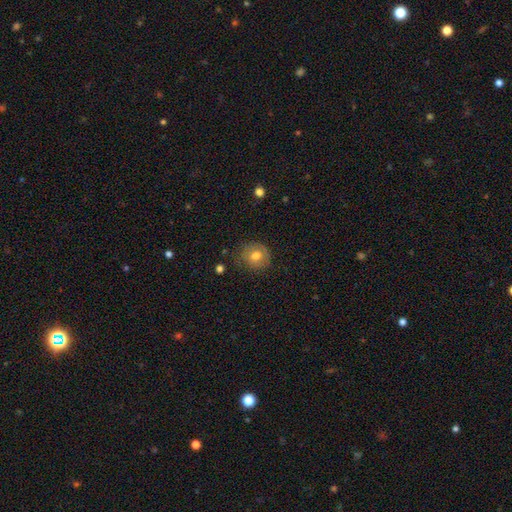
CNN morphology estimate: This appears to be a smooth galaxy with no disk features (65%) that is round (83%). Merging: none (72%).